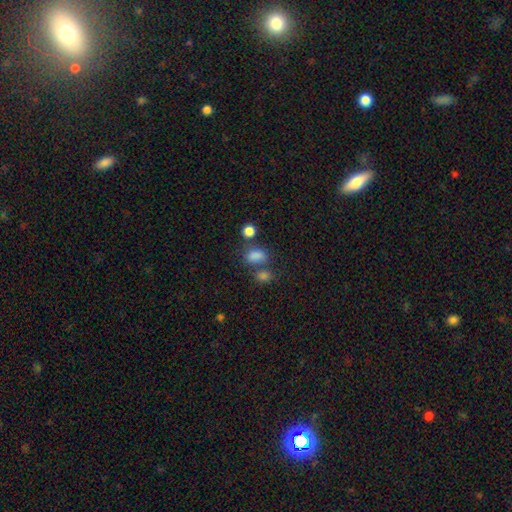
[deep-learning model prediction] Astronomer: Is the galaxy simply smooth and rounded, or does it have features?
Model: smooth — 80%.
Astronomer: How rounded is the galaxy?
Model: in between — 76%.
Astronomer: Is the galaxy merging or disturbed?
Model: none — 51% (runner-up: merger, 27%).